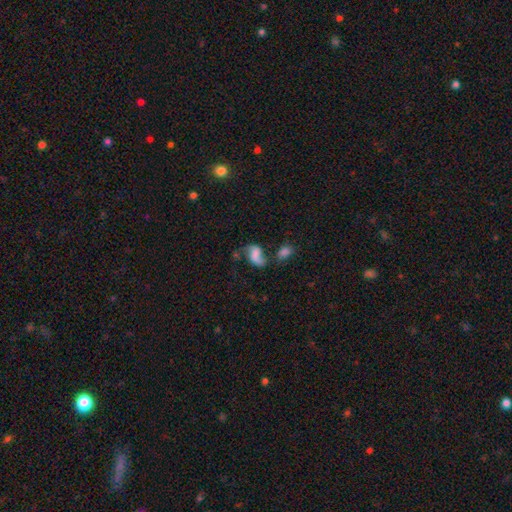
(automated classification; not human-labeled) Smooth or featured?
  - featured or disk: 53% *
  - smooth: 35%
  - star or artifact: 12%
Edge-on disk?
  - no: 97% *
  - yes: 3%
Bar?
  - no: 53% *
  - weak: 32%
  - strong: 15%
Spiral arms?
  - yes: 83% *
  - no: 17%
Bulge size?
  - none: 55% *
  - small: 14%
  - large: 14%
  - moderate: 13%
  - dominant: 5%
Merging?
  - none: 35% *
  - merger: 26%
  - major disturbance: 20%
  - minor disturbance: 19%